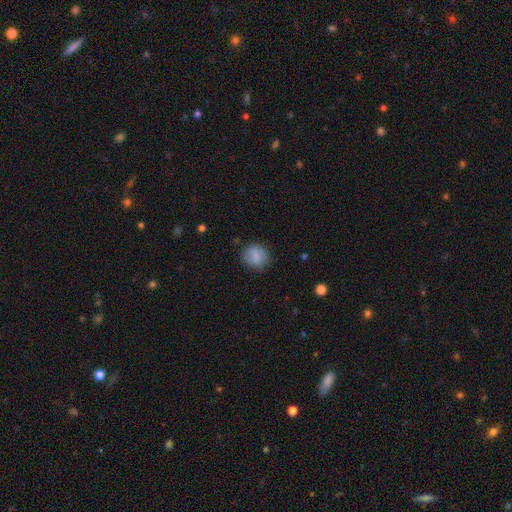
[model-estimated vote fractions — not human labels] A smooth galaxy with no disk features (82%) that is round (80%). Merging: none (79%).